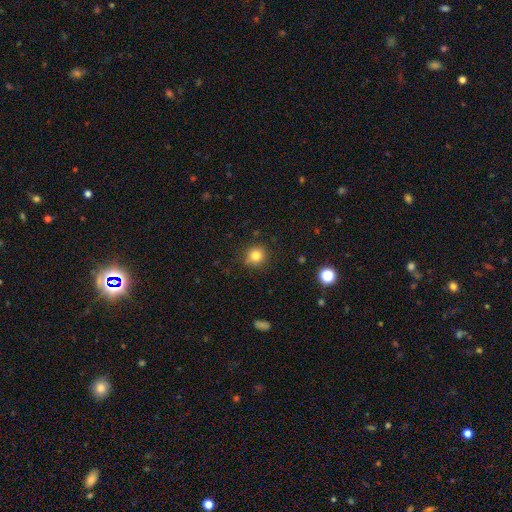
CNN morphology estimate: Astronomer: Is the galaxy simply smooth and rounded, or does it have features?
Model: smooth — 81%.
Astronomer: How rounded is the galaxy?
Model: round — 91%.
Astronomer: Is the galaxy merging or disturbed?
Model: none — 87%.